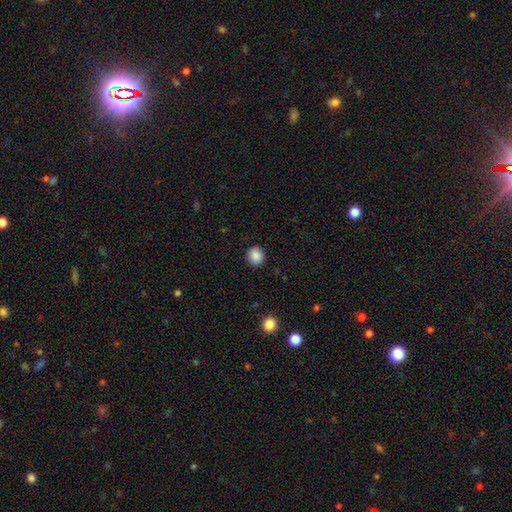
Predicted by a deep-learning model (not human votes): smooth_or_featured: smooth (p=0.88) [alt: star or artifact p=0.09]
how_rounded: round (p=0.85) [alt: in between p=0.14]
merging: none (p=0.90) [alt: minor disturbance p=0.07]